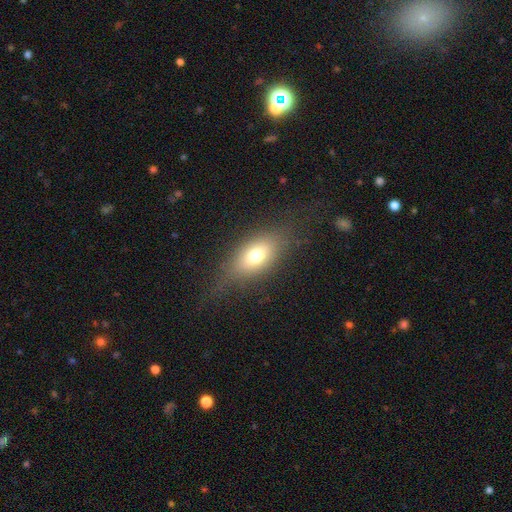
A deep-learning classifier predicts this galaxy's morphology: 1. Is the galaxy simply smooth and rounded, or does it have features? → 71% smooth, 18% featured or disk, 11% star or artifact.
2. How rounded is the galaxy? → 82% in between, 12% round, 6% cigar-shaped.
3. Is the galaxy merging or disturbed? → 73% none, 17% minor disturbance, 9% major disturbance, 1% merger.